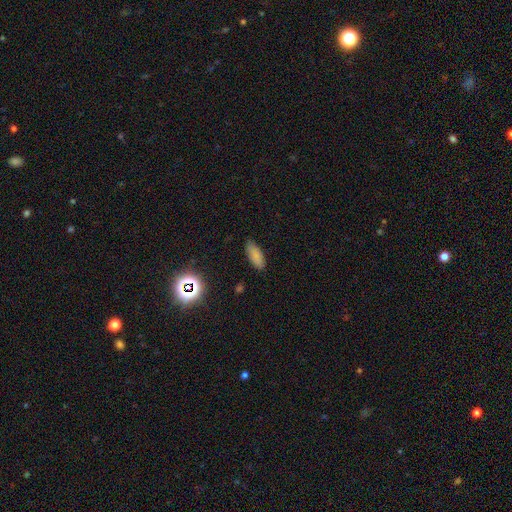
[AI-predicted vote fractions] smooth_or_featured: smooth (p=0.81) [alt: star or artifact p=0.11]
how_rounded: in between (p=0.81) [alt: cigar-shaped p=0.17]
merging: none (p=0.83) [alt: minor disturbance p=0.13]